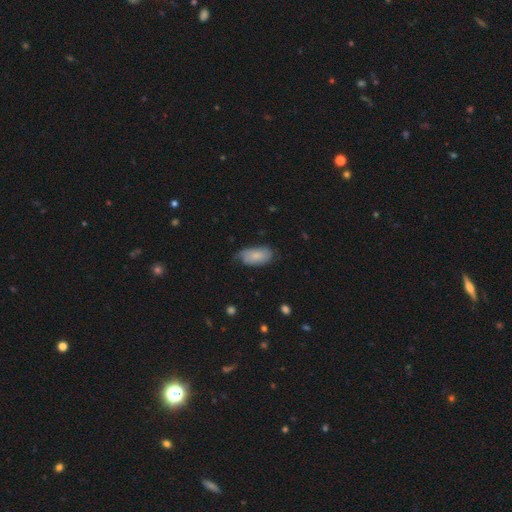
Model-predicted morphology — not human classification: The model was most divided on "merging": none: 54%, minor disturbance: 36%, major disturbance: 9%, merger: 2%. More confident: how rounded — in between (93%); smooth or featured — smooth (76%).